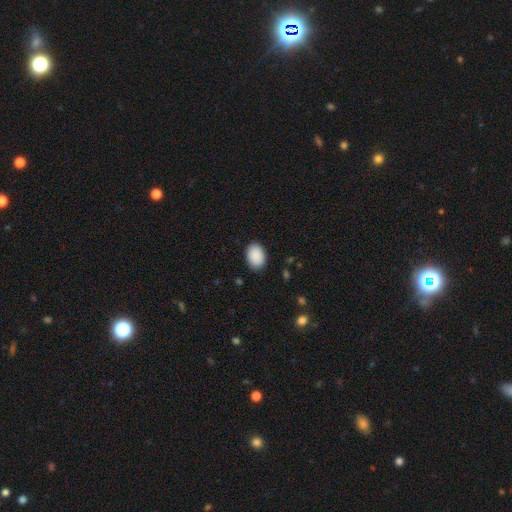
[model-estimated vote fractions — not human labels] A smooth galaxy with no disk features (91%) that is in between round and cigar-shaped (82%). Merging: none (88%).